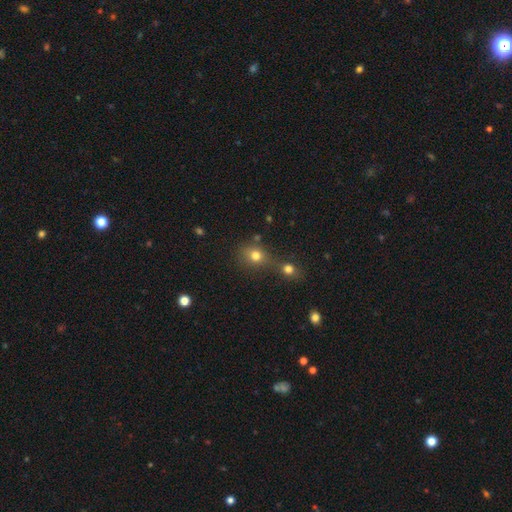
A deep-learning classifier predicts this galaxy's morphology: Overall: smooth (75%). How rounded: round (71%). Merging: merger (42%, tied with none).